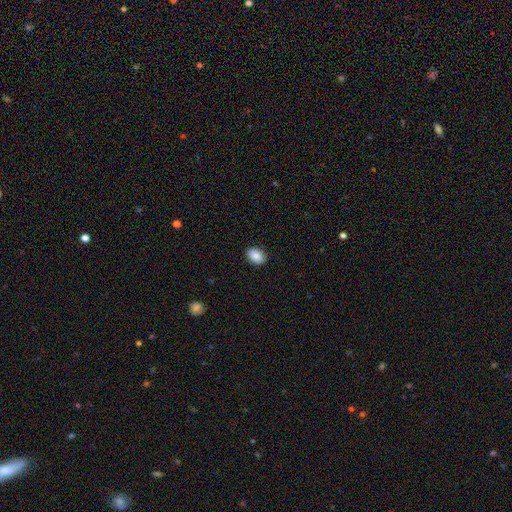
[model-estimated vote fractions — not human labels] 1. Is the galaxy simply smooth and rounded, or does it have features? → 88% smooth, 7% star or artifact, 5% featured or disk.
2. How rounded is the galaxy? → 79% in between, 20% round, 1% cigar-shaped.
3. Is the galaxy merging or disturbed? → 89% none, 8% minor disturbance, 2% major disturbance, 1% merger.